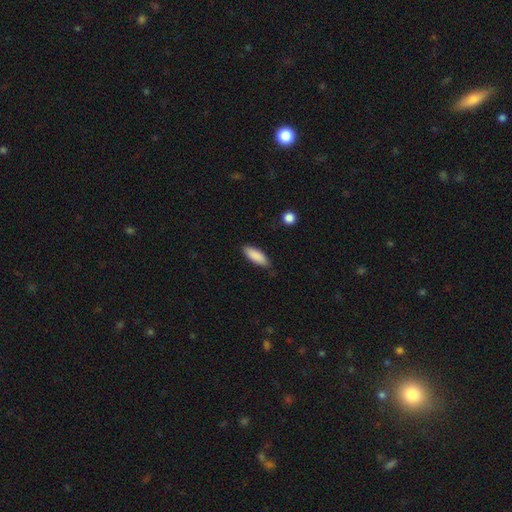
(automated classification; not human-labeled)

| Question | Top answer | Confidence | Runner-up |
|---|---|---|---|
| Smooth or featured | smooth | 88% | featured or disk (6%) |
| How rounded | in between | 67% | cigar-shaped (31%) |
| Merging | none | 80% | minor disturbance (16%) |